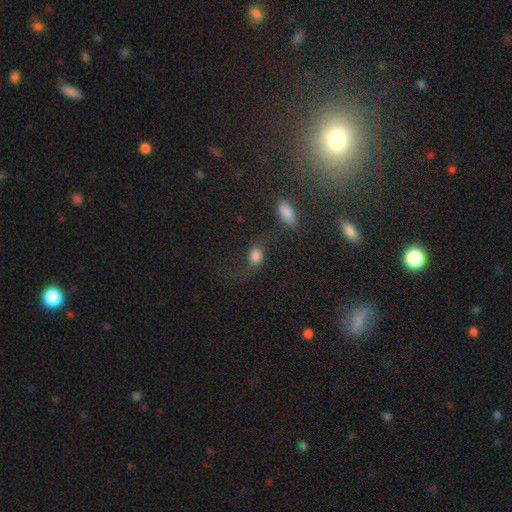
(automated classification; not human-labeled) Smooth or featured? Predicted: smooth (p=0.70). How rounded? Predicted: in between (p=0.65). Merging? Predicted: none (p=0.52).